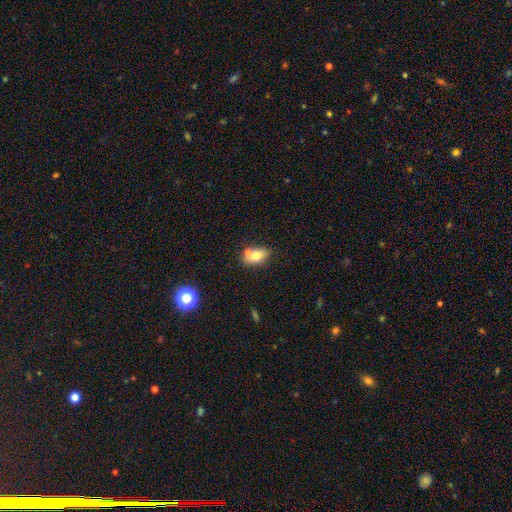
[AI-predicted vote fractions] Morphology: type=smooth (72%); roundness=in between (80%); merging=none (55%).